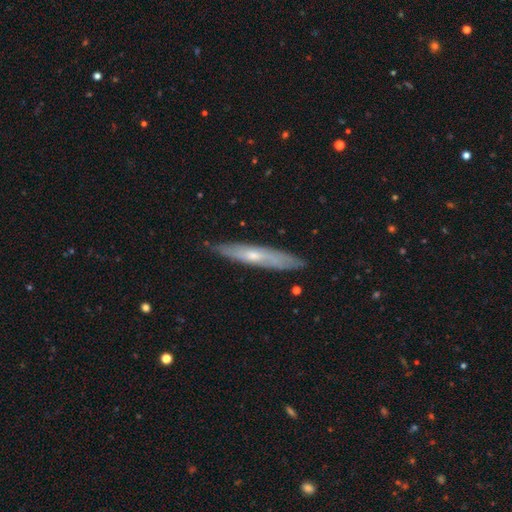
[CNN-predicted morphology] type=featured or disk (55%); edge-on=yes (76%); merging=none (84%).